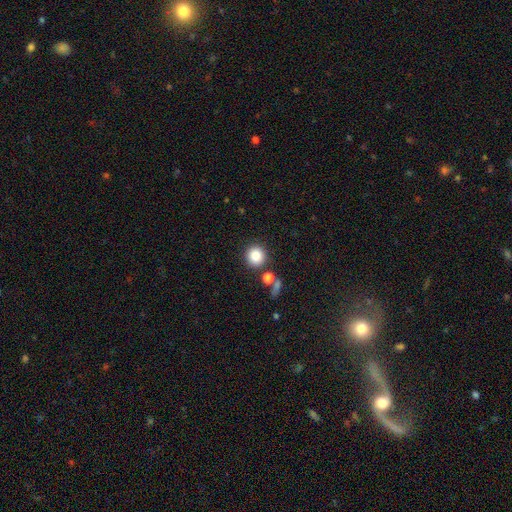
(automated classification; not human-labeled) smooth 84%, star or artifact 11%, featured or disk 6%. Down the decision tree: how rounded — round (91%); merging — none (81%).